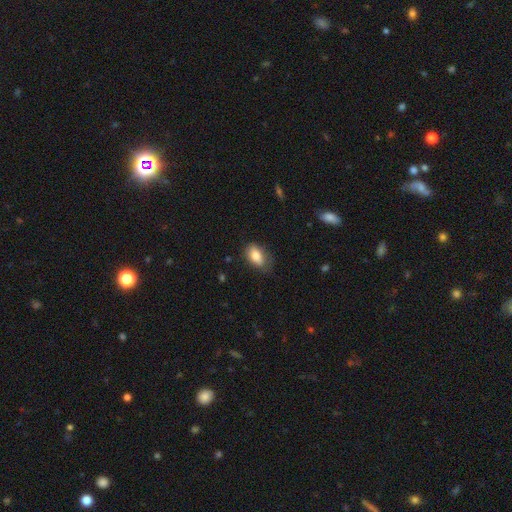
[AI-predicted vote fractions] smooth 82%, featured or disk 10%, star or artifact 8%. Down the decision tree: how rounded — in between (90%); merging — none (62%).